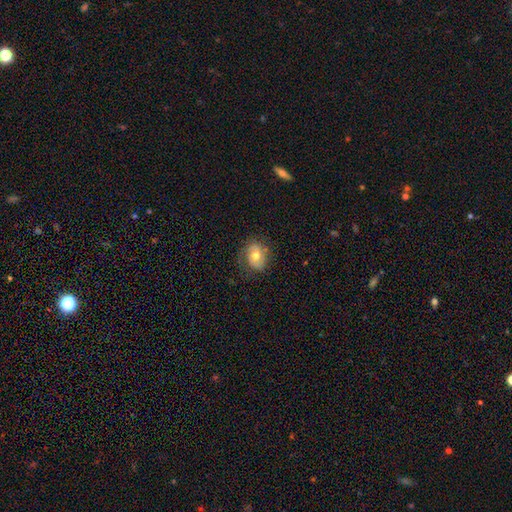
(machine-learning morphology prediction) Q: Smooth or featured?
A: smooth (52%); runner-up: featured or disk (39%)
Q: How rounded?
A: in between (55%); runner-up: round (44%)
Q: Merging?
A: none (69%); runner-up: minor disturbance (21%)